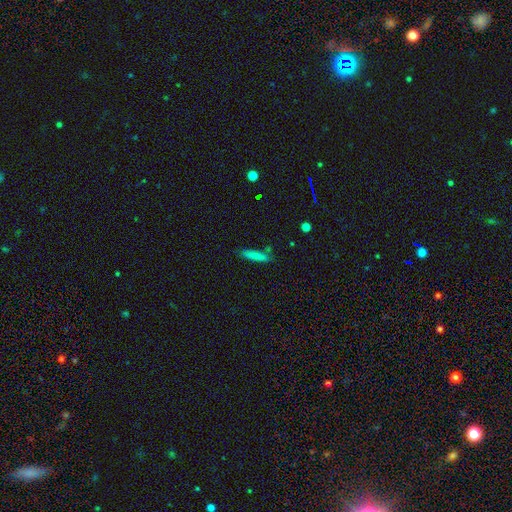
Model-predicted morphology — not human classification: Smooth or featured? Predicted: smooth (p=0.80). How rounded? Predicted: cigar-shaped (p=0.83). Merging? Predicted: none (p=0.80).